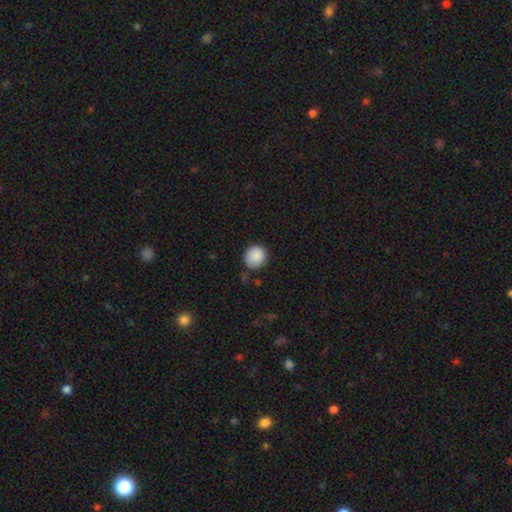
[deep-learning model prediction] Overall: smooth (88%). How rounded: round (90%). Merging: none (77%).